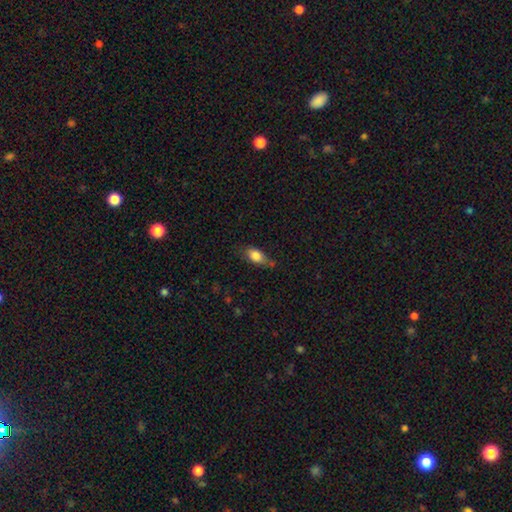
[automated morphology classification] Smooth or featured: smooth — 82% (featured or disk — 10%)
How rounded: in between — 85% (round — 8%)
Merging: none — 54% (minor disturbance — 32%)